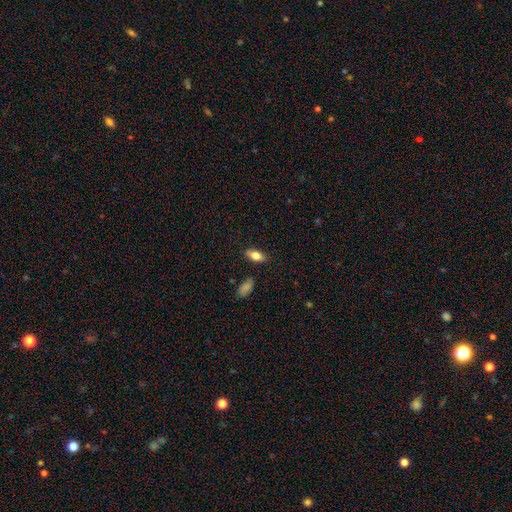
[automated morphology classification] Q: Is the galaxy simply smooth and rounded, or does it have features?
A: smooth — 78%.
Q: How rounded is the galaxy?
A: in between — 87%.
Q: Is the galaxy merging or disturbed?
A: none — 85%.